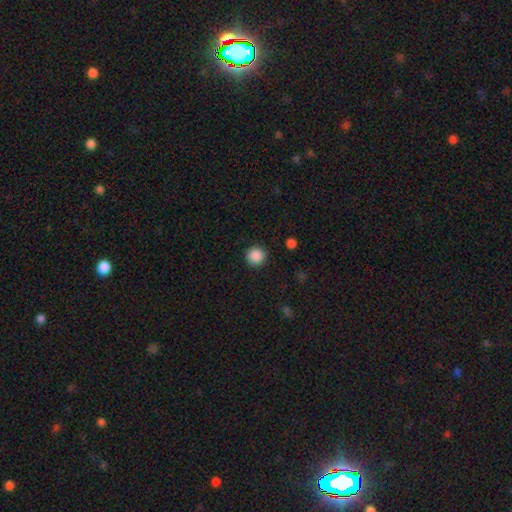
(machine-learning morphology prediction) This appears to be a smooth galaxy with no disk features (88%) that is round (95%). Merging: none (92%).